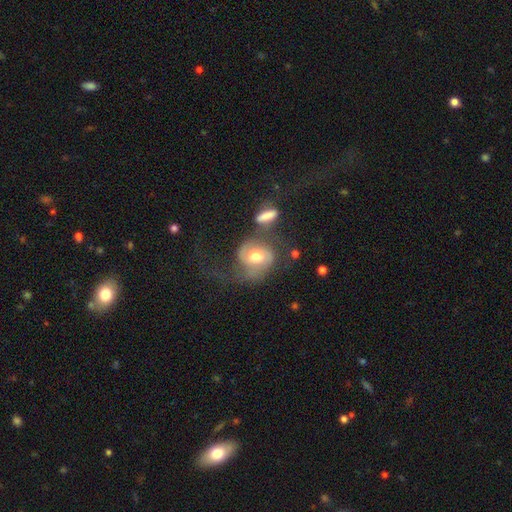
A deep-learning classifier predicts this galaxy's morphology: A featured or disk galaxy (66%) with no bar (54%), 2 (78%) medium (45%) spiral arms (86%) and a moderate central bulge (72%).

Vote fractions:
- Smooth or featured? featured or disk: 66% / smooth: 27% / star or artifact: 7%
- Edge-on disk? no: 96% / yes: 4%
- Bar? no: 54% / weak: 34% / strong: 12%
- Spiral arms? yes: 86% / no: 14%
- Spiral winding? medium: 45% / loose: 31% / tight: 23%
- Spiral arm count? 2: 78% / can't tell: 9% / 1: 9% / 3: 2% / 4: 1% / more than 4: 1%
- Bulge size? moderate: 72% / large: 17% / small: 8% / dominant: 2% / none: 1%
- Merging? none: 38% / major disturbance: 26% / minor disturbance: 19% / merger: 17%